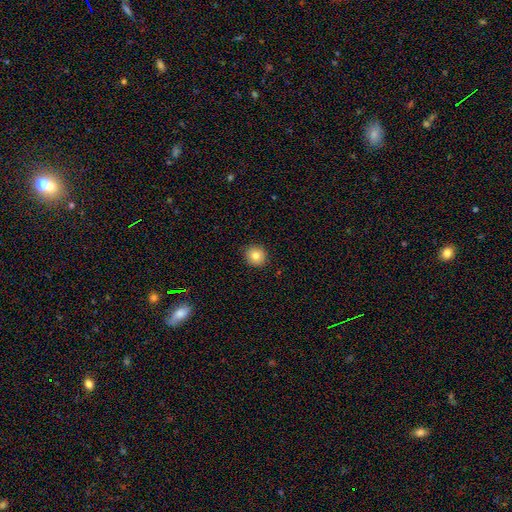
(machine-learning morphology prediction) Smooth or featured? smooth (82%)
How rounded? round (91%)
Merging? none (91%)